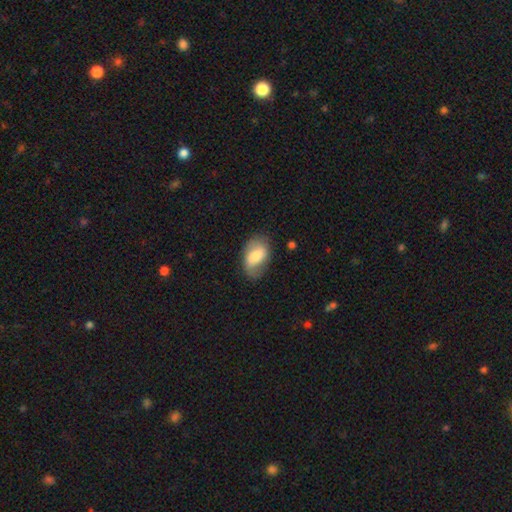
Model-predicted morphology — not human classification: smooth_or_featured: smooth (p=0.59) [alt: featured or disk p=0.34]
how_rounded: in between (p=0.90) [alt: round p=0.09]
merging: none (p=0.62) [alt: minor disturbance p=0.26]